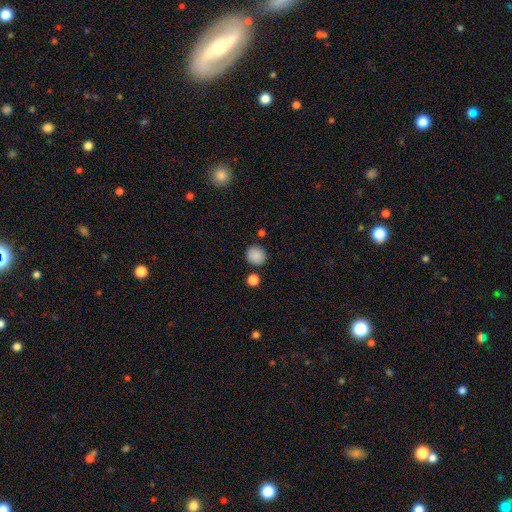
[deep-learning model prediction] Q: Smooth or featured?
A: smooth (87%); runner-up: star or artifact (9%)
Q: How rounded?
A: round (88%); runner-up: in between (11%)
Q: Merging?
A: none (86%); runner-up: minor disturbance (8%)